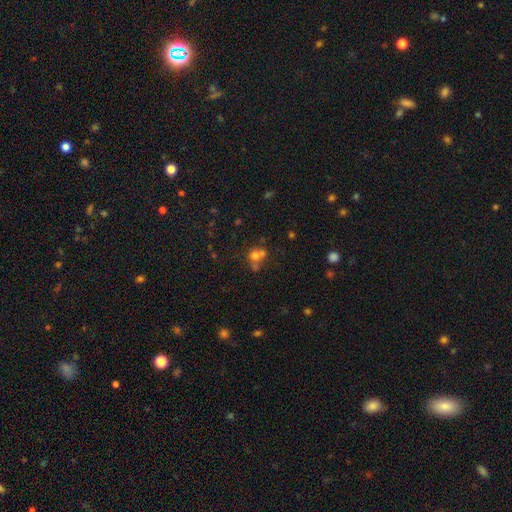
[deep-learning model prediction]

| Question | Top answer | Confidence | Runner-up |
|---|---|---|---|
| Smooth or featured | smooth | 65% | star or artifact (18%) |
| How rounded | round | 77% | in between (22%) |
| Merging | merger | 50% | none (35%) |